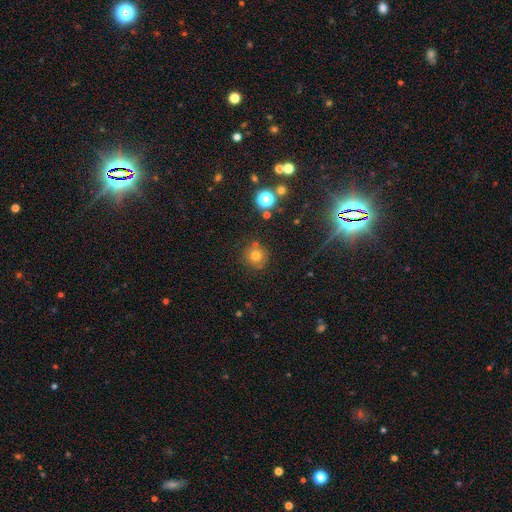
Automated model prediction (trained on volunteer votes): Overall: smooth (71%). How rounded: round (93%). Merging: none (79%).